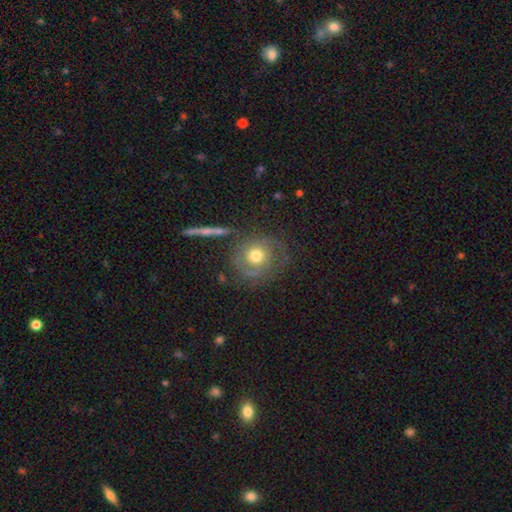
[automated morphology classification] smooth-or-featured: featured or disk: 49% | smooth: 42% | star or artifact: 9%
  merging: none: 67% | minor disturbance: 17% | major disturbance: 12% | merger: 5%